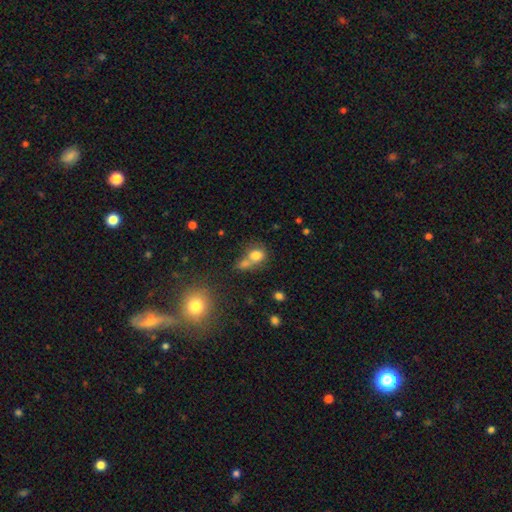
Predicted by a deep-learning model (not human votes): Morphology: type=smooth (77%); roundness=round (57%); merging=merger (50%).